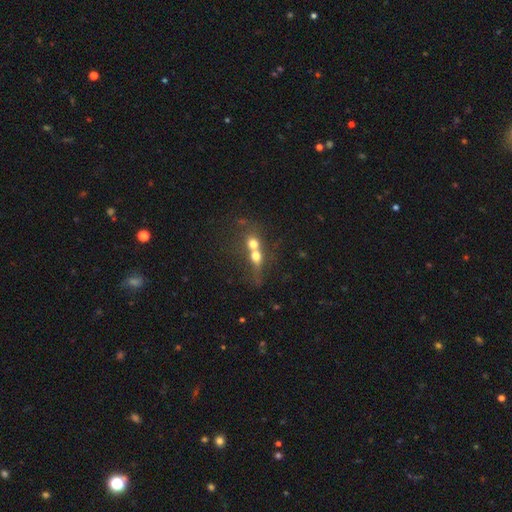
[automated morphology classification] This is possibly a smooth galaxy (59%). How rounded: possibly round (59%). Merging: likely merger (72%).